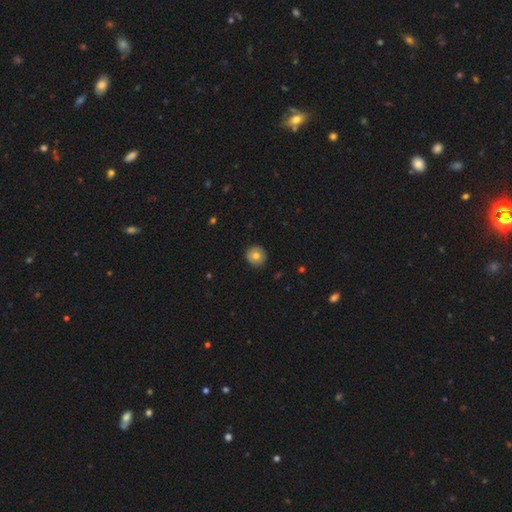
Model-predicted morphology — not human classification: The model was most divided on "smooth or featured": smooth: 75%, featured or disk: 17%, star or artifact: 8%. More confident: how rounded — round (95%); merging — none (91%).